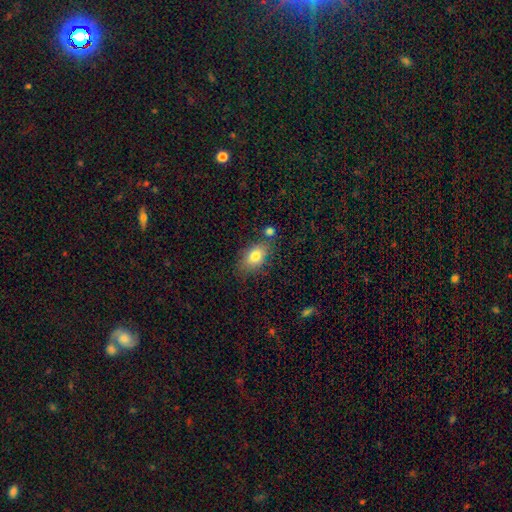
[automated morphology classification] Smooth or featured: smooth — 80% (featured or disk — 11%)
How rounded: in between — 85% (round — 12%)
Merging: none — 71% (minor disturbance — 16%)